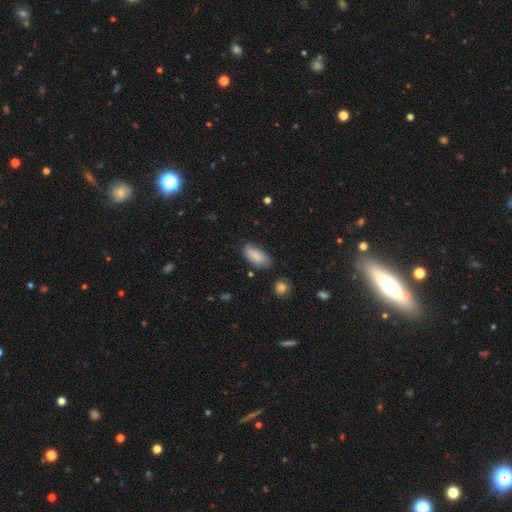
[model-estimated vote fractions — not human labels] This appears to be a smooth galaxy with no disk features (84%) that is in between round and cigar-shaped (91%). Merging: none (72%).